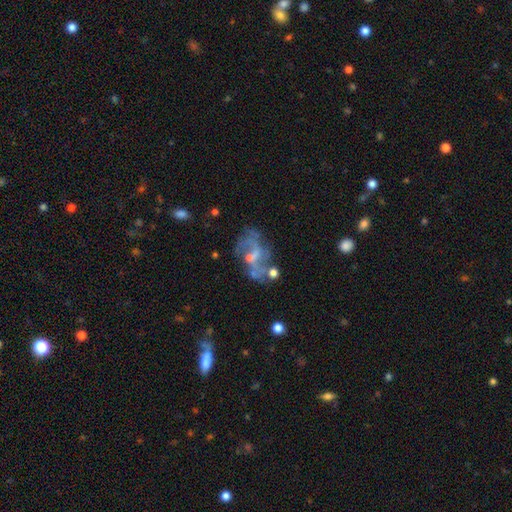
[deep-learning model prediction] Overall: featured or disk (72%). Edge-on disk: no (96%). Bar: weak (44%; no 42%). Spiral arms: yes (72%). Bulge size: small (52%; moderate 28%). Merging: none (51%; major disturbance 19%).